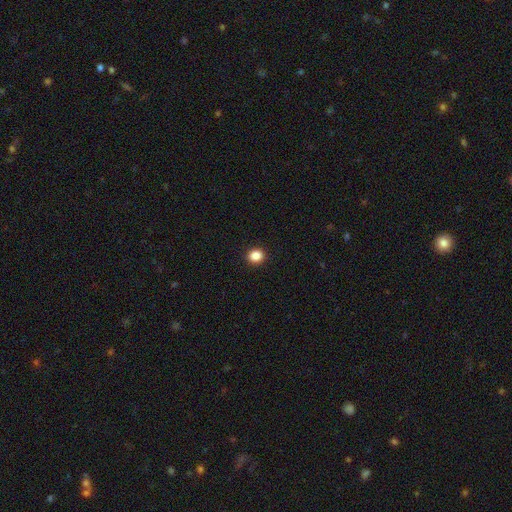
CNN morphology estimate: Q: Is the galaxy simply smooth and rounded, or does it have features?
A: smooth — 86%.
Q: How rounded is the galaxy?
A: round — 81%.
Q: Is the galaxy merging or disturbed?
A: none — 93%.